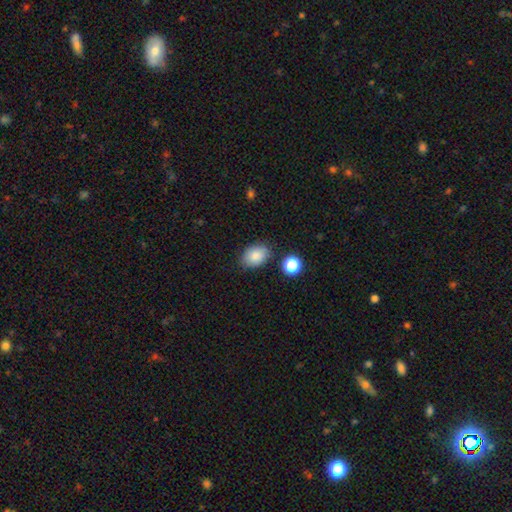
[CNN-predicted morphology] A smooth galaxy with no disk features (85%) that is in between round and cigar-shaped (80%).

Vote fractions:
- Smooth or featured? smooth: 85% / star or artifact: 8% / featured or disk: 7%
- How rounded? in between: 80% / round: 19% / cigar-shaped: 1%
- Merging? none: 79% / minor disturbance: 14% / merger: 4% / major disturbance: 3%